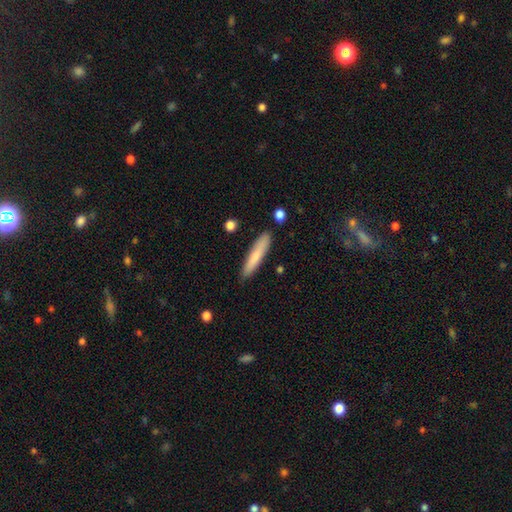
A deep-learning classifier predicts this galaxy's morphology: type=smooth (75%); roundness=cigar-shaped (89%); merging=none (86%).